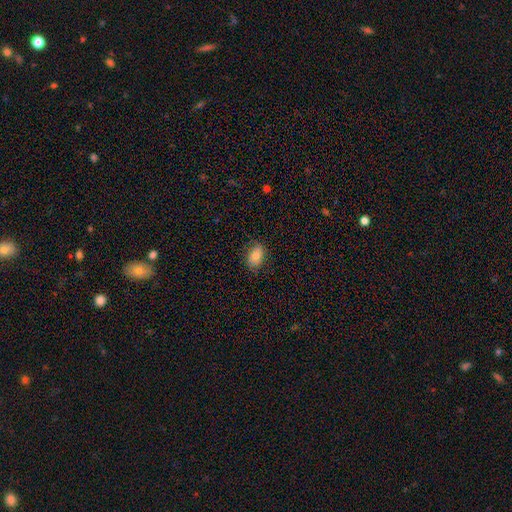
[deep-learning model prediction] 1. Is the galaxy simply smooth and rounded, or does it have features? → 78% smooth, 14% featured or disk, 8% star or artifact.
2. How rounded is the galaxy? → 90% in between, 8% round, 2% cigar-shaped.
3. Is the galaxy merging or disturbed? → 78% none, 17% minor disturbance, 4% major disturbance, 1% merger.